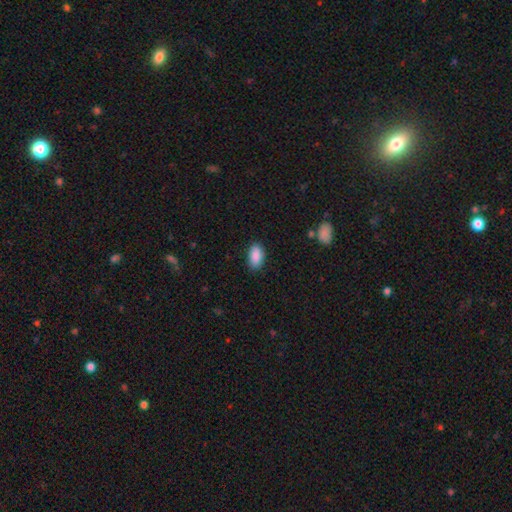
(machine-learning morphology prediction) type=smooth (89%); roundness=in between (93%); merging=none (87%).